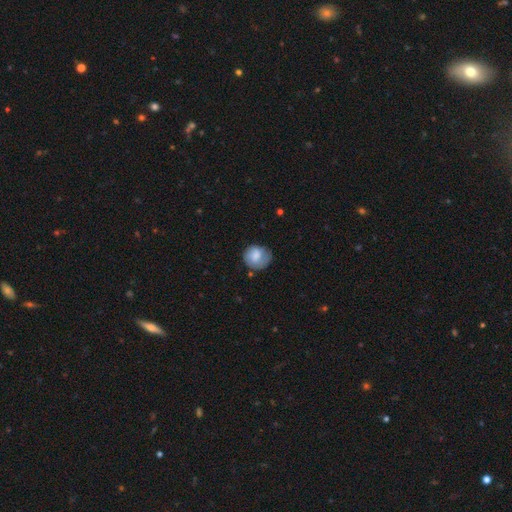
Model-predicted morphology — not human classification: Overall: smooth (74%). How rounded: round (79%). Merging: none (62%; minor disturbance 27%).